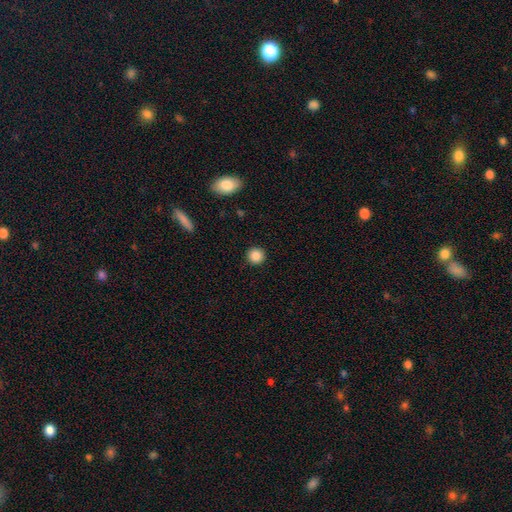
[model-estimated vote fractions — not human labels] Overall: smooth (87%). How rounded: round (94%). Merging: none (92%).